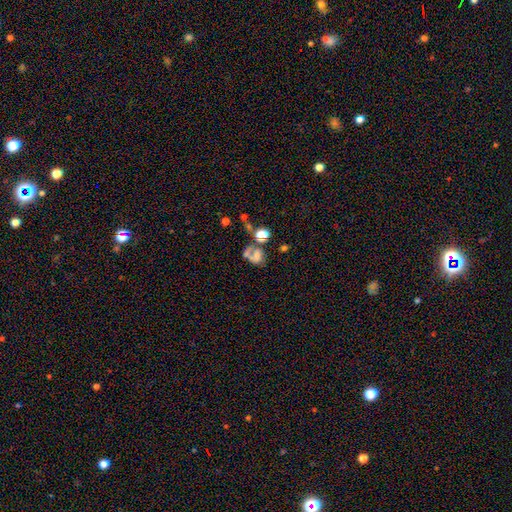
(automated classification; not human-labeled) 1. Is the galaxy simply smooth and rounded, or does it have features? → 47% smooth, 35% featured or disk, 18% star or artifact.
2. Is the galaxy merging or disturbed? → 38% merger, 25% major disturbance, 23% none, 13% minor disturbance.